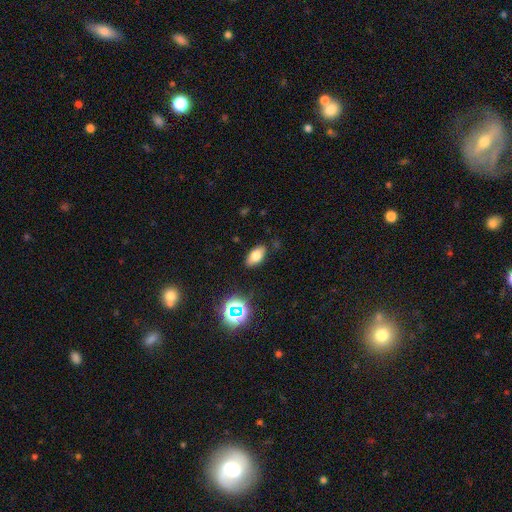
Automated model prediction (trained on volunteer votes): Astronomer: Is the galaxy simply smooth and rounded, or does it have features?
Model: smooth — 72%.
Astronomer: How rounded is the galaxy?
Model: in between — 89%.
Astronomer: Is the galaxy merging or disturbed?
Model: none — 85%.